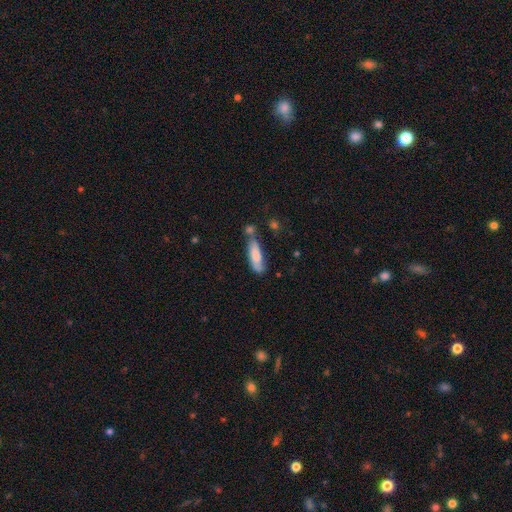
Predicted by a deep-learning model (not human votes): The model was most divided on "how rounded": cigar-shaped: 56%, in between: 42%, round: 2%. More confident: smooth or featured — smooth (75%); merging — none (52%).